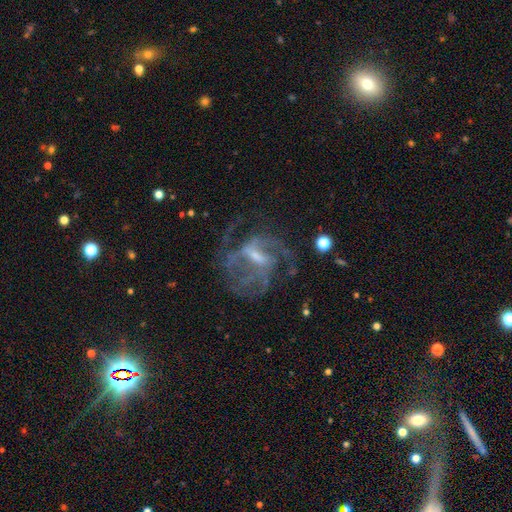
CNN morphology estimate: type=featured or disk (83%); edge-on=no (96%); bar=weak (48%); spiral arms=yes (88%); winding=medium (50%); arm count=can't tell (28%); bulge=small (51%); merging=none (52%).